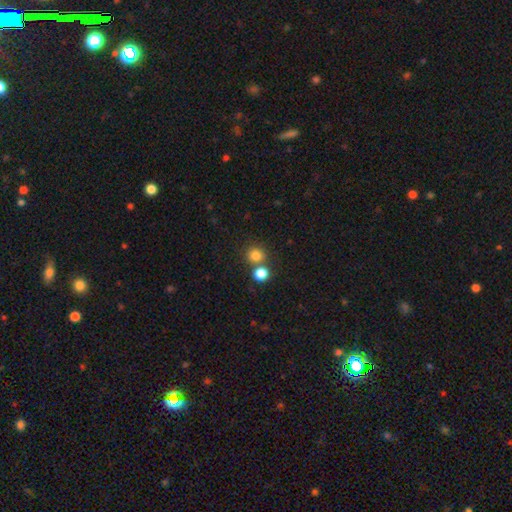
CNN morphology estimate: Smooth or featured?
  - smooth: 80% *
  - star or artifact: 14%
  - featured or disk: 6%
How rounded?
  - round: 89% *
  - in between: 10%
  - cigar-shaped: 1%
Merging?
  - none: 67% *
  - merger: 23%
  - minor disturbance: 7%
  - major disturbance: 3%